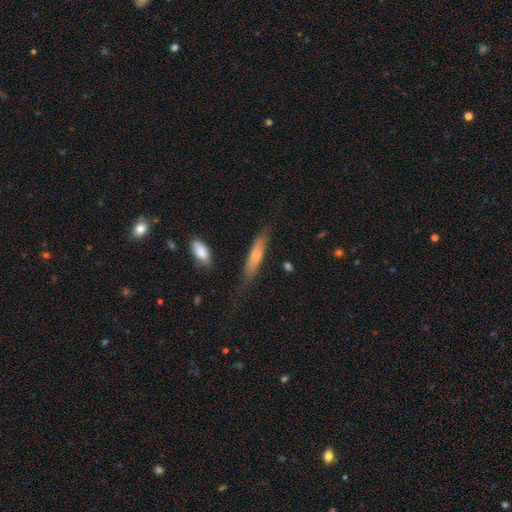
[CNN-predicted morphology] smooth-or-featured: smooth: 69% | featured or disk: 25% | star or artifact: 6%
  how-rounded: cigar-shaped: 81% | in between: 18% | round: 2%
  merging: none: 72% | minor disturbance: 19% | major disturbance: 5% | merger: 3%